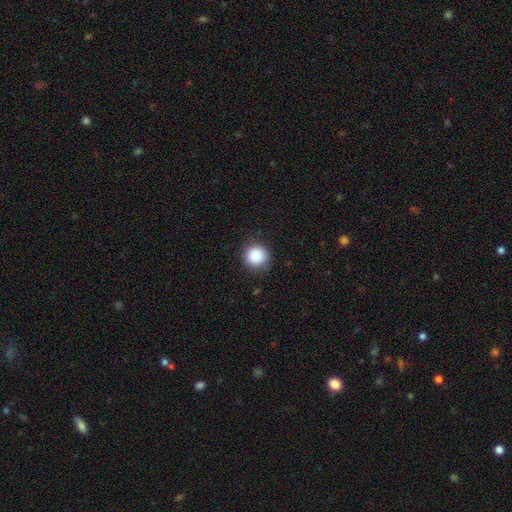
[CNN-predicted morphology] A smooth galaxy with no disk features (88%) that is round (94%). Merging: none (88%).